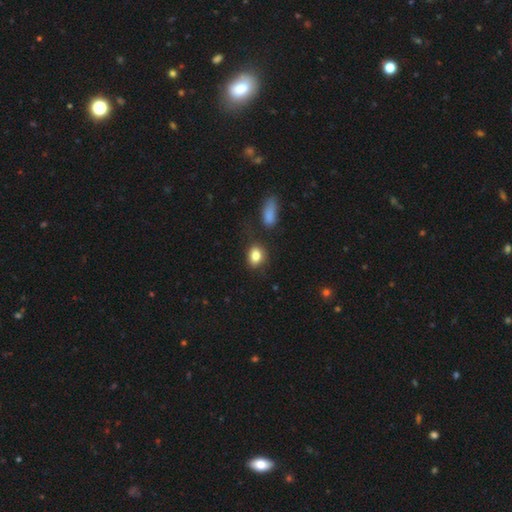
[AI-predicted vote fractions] Smooth or featured: smooth — 85% (star or artifact — 9%)
How rounded: in between — 62% (round — 36%)
Merging: none — 72% (minor disturbance — 15%)